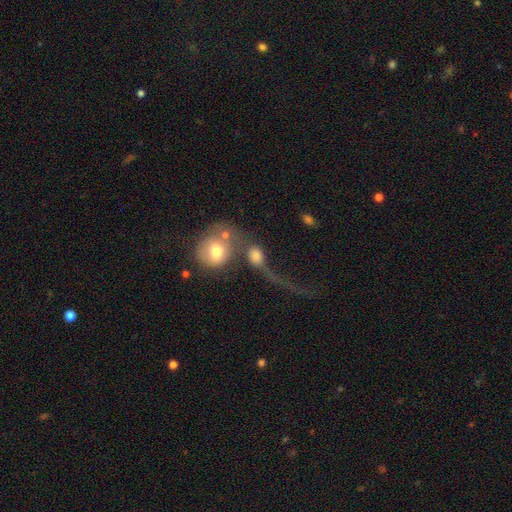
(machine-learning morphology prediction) Smooth or featured: smooth — 63% (featured or disk — 26%)
How rounded: round — 52% (in between — 44%)
Merging: merger — 44% (major disturbance — 31%)